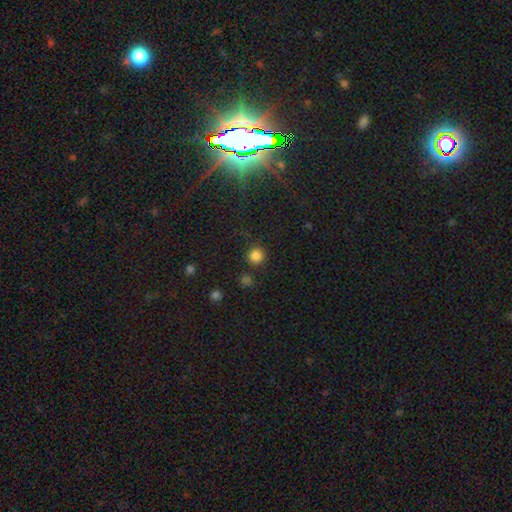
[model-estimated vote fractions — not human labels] Morphology: type=smooth (83%); roundness=round (95%); merging=none (86%).